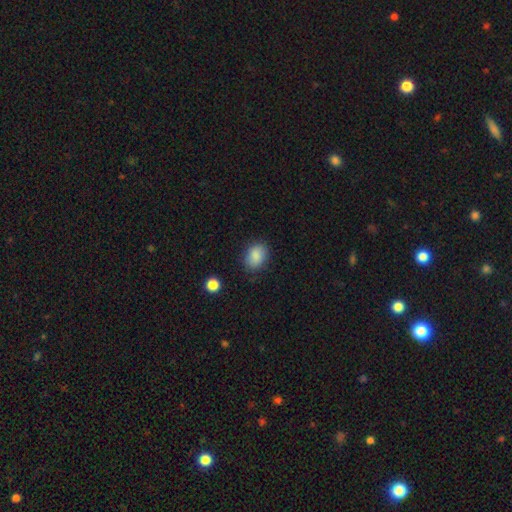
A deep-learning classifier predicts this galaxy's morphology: smooth-or-featured: smooth: 87% | star or artifact: 8% | featured or disk: 5%
  how-rounded: in between: 69% | round: 30% | cigar-shaped: 1%
  merging: none: 83% | minor disturbance: 13% | major disturbance: 3% | merger: 1%